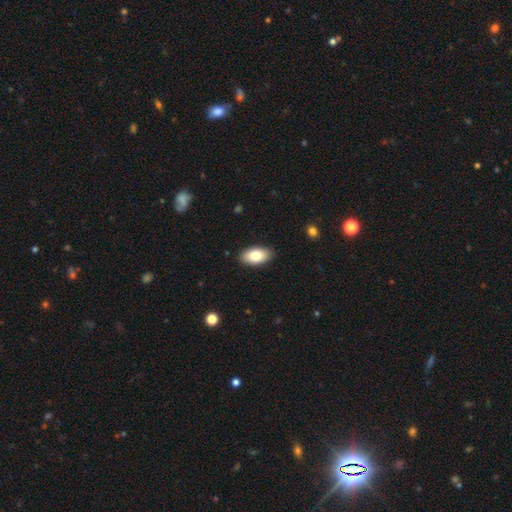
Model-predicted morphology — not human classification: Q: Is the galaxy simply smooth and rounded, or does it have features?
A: smooth — 81%.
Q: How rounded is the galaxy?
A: in between — 94%.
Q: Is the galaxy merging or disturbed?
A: none — 89%.